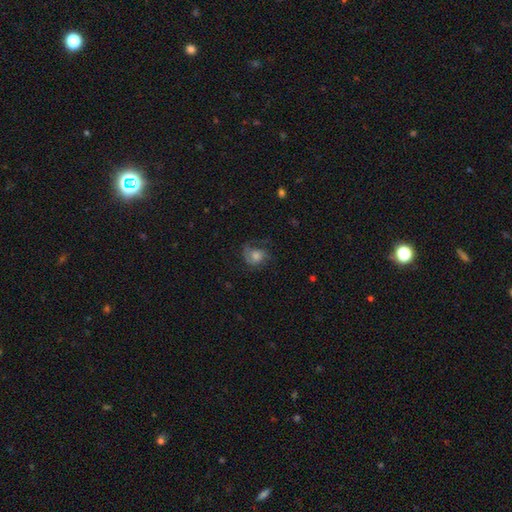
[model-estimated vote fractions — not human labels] This appears to be a featured or disk galaxy (54%) with no bar (72%), spiral arms (87%) and a moderate central bulge (46%). Merging: none (55%).